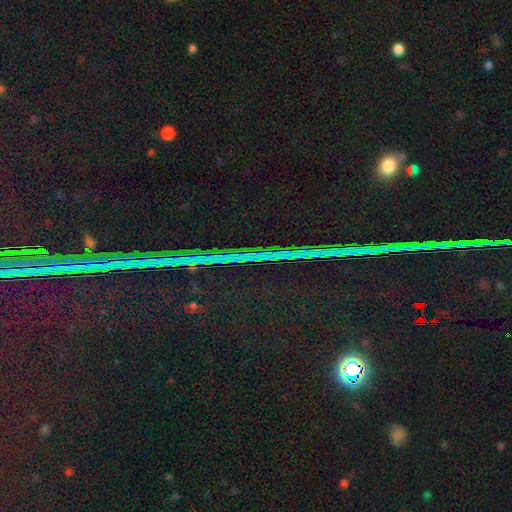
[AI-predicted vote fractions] Overall: star or artifact (86%).